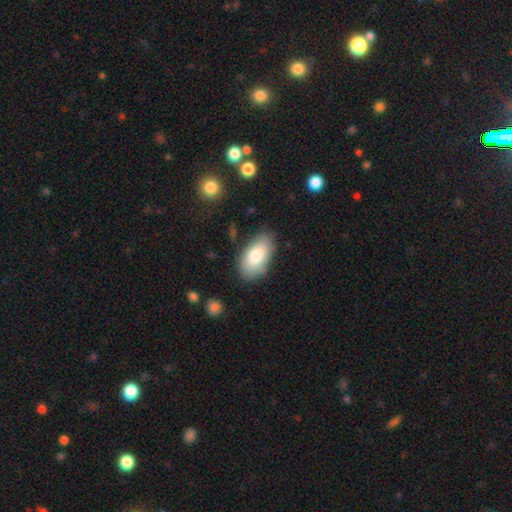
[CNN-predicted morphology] Smooth or featured?
  - smooth: 79% *
  - featured or disk: 14%
  - star or artifact: 7%
How rounded?
  - in between: 94% *
  - round: 4%
  - cigar-shaped: 2%
Merging?
  - none: 79% *
  - minor disturbance: 15%
  - major disturbance: 4%
  - merger: 2%